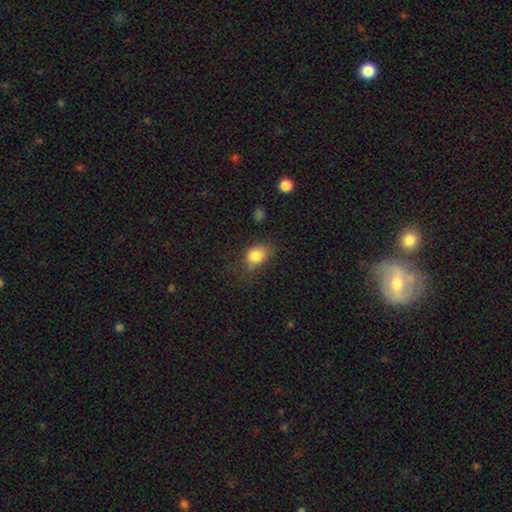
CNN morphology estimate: type=smooth (82%); roundness=in between (63%); merging=none (53%).